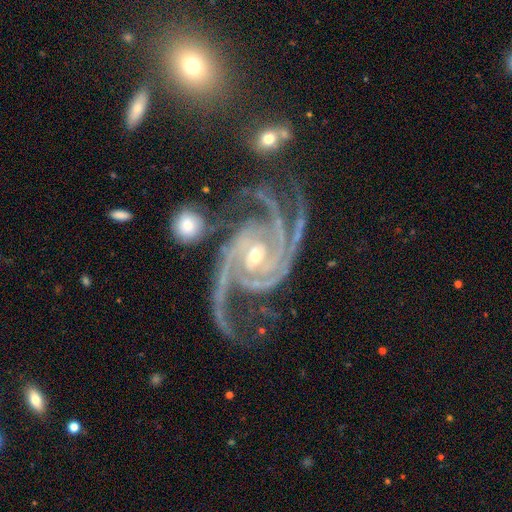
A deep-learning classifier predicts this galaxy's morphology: This is clearly a featured or disk galaxy (93%). It is clearly not viewed edge-on (98%). Bar: possibly no (51%). Spiral arm pattern: clearly yes (99%). Spiral arm count: marginally 3 (37%). Spiral winding: possibly medium (47%). Central bulge: possibly small (57%). Merging: possibly none (57%).